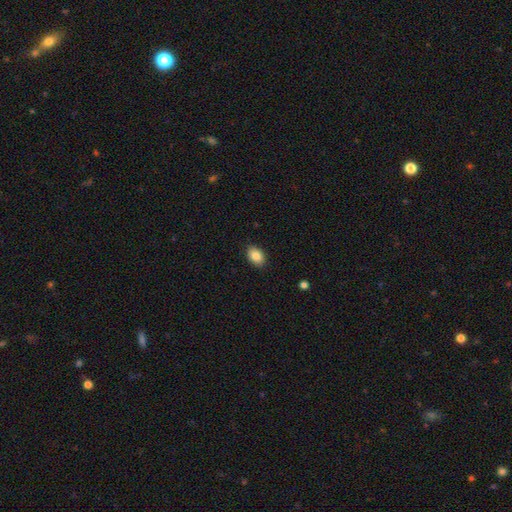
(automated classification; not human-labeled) smooth 87%, star or artifact 8%, featured or disk 5%. Down the decision tree: how rounded — in between (82%); merging — none (88%).